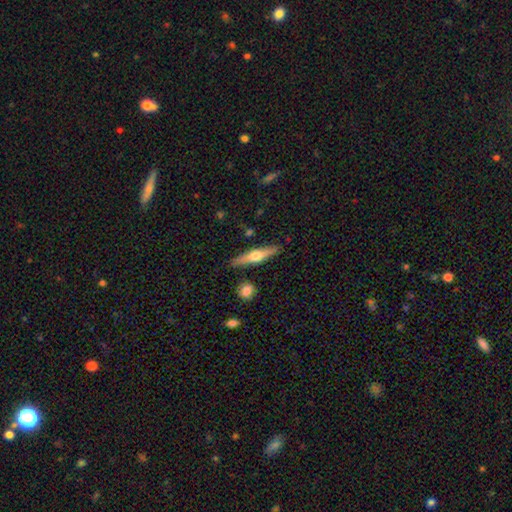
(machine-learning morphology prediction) type=featured or disk (61%); edge-on=yes (96%); edge-on bulge=rounded (94%); merging=none (87%).